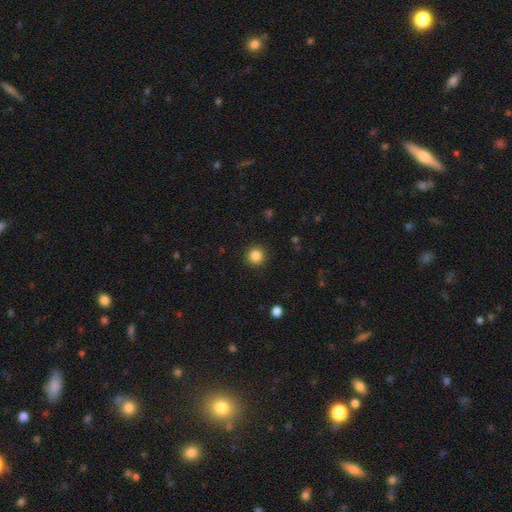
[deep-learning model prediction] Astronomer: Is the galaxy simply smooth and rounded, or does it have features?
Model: smooth — 85%.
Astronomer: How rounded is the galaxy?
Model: round — 95%.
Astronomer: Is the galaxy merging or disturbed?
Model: none — 92%.